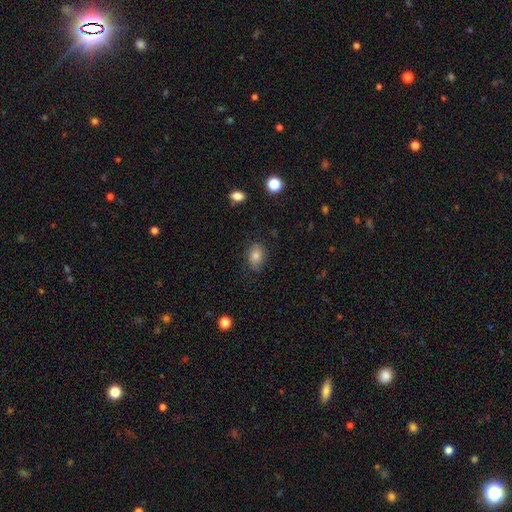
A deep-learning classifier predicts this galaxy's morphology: Smooth or featured?
  - smooth: 73% *
  - featured or disk: 15%
  - star or artifact: 12%
How rounded?
  - in between: 78% *
  - round: 20%
  - cigar-shaped: 2%
Merging?
  - none: 75% *
  - minor disturbance: 19%
  - major disturbance: 4%
  - merger: 1%